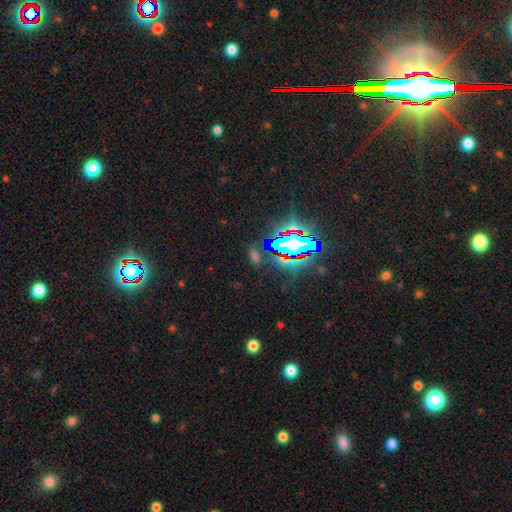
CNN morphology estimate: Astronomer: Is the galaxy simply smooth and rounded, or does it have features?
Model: star or artifact — 69%.